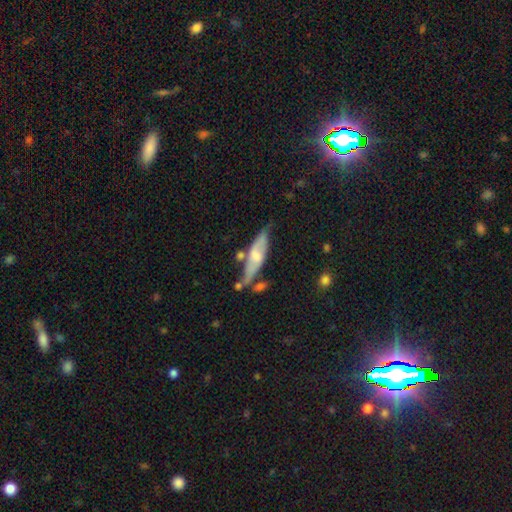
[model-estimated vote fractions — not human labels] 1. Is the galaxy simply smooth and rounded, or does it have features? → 56% featured or disk, 38% smooth, 6% star or artifact.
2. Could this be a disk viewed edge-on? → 63% yes, 37% no.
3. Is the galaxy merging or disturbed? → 52% none, 25% minor disturbance, 14% merger, 10% major disturbance.